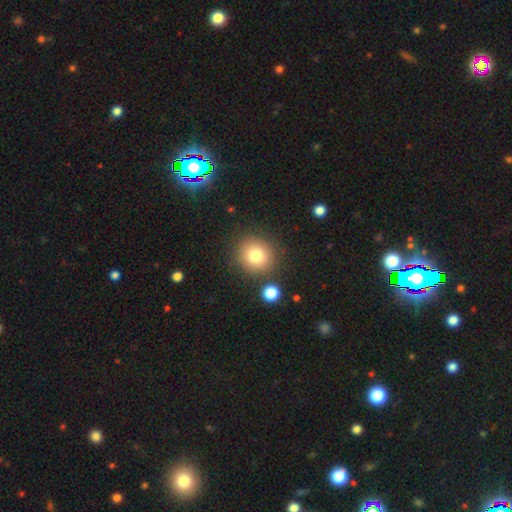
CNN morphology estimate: Smooth or featured? smooth (80%)
How rounded? round (89%)
Merging? none (83%)